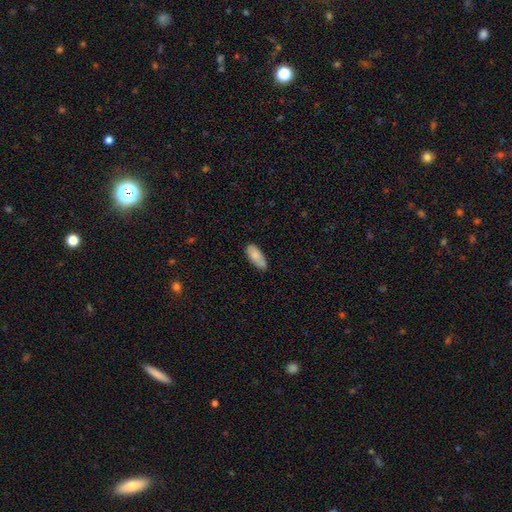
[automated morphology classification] Q: Smooth or featured?
A: smooth (82%); runner-up: featured or disk (12%)
Q: How rounded?
A: in between (83%); runner-up: cigar-shaped (15%)
Q: Merging?
A: none (69%); runner-up: minor disturbance (24%)